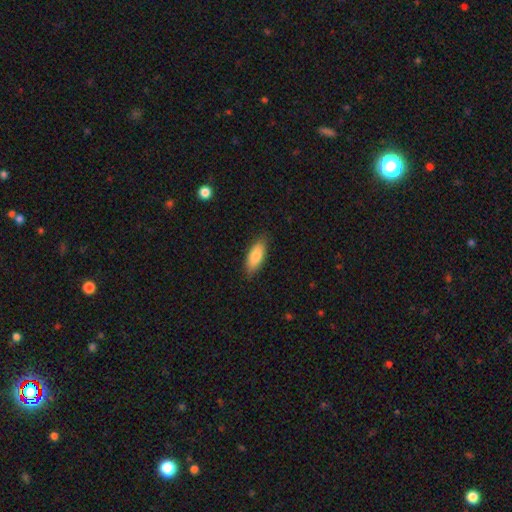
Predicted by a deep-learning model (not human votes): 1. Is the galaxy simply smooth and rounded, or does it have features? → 83% smooth, 11% featured or disk, 6% star or artifact.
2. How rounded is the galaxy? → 74% in between, 24% cigar-shaped, 2% round.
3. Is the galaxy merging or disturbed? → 85% none, 12% minor disturbance, 2% major disturbance, 1% merger.